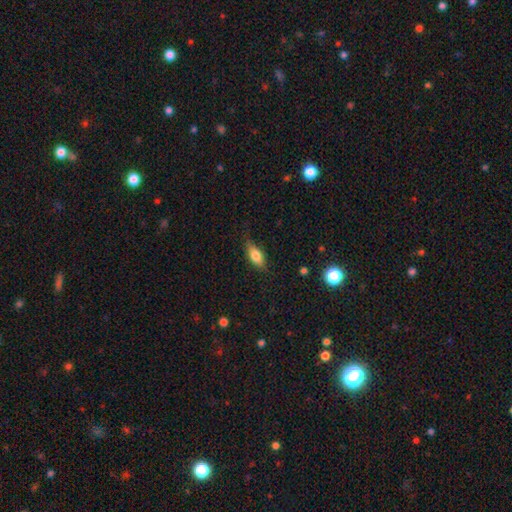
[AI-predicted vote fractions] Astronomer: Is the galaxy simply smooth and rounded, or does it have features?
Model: smooth — 78%.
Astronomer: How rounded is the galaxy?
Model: in between — 82%.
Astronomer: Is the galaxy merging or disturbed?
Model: none — 73%.